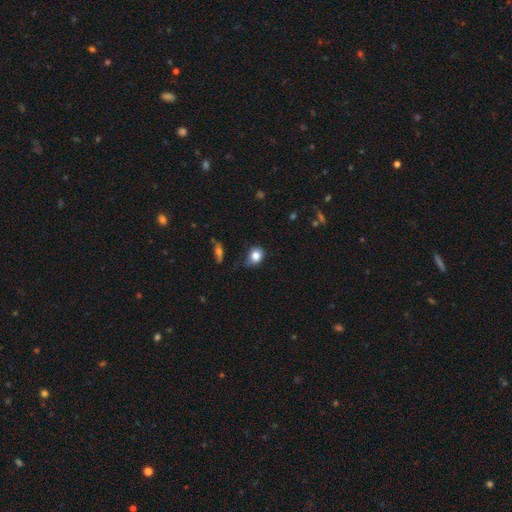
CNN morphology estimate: A smooth galaxy with no disk features (82%) that is round (56%). Merging: none (59%).